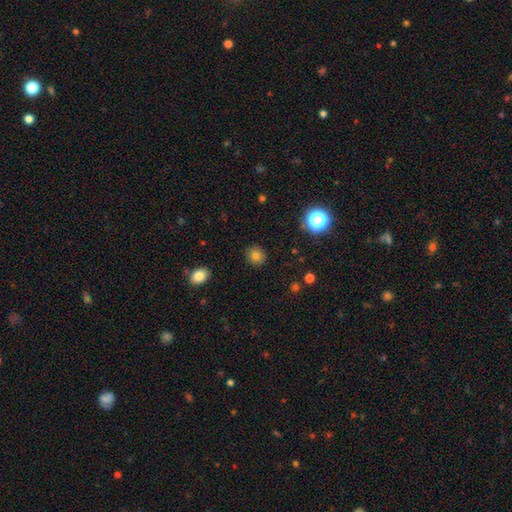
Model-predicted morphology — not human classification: Q: Smooth or featured?
A: smooth (79%); runner-up: star or artifact (14%)
Q: How rounded?
A: round (85%); runner-up: in between (14%)
Q: Merging?
A: none (90%); runner-up: minor disturbance (7%)